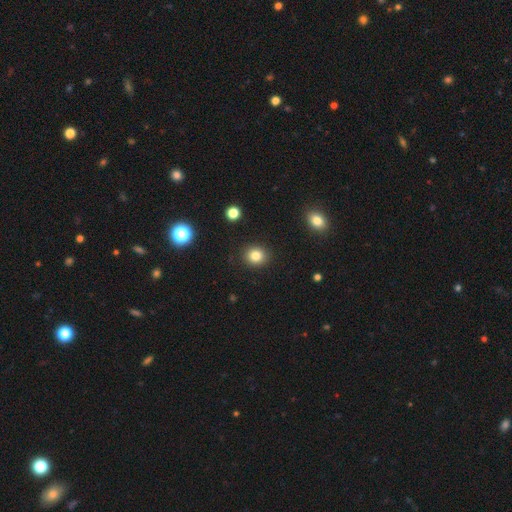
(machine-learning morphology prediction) Smooth or featured? smooth (82%)
How rounded? round (81%)
Merging? none (90%)